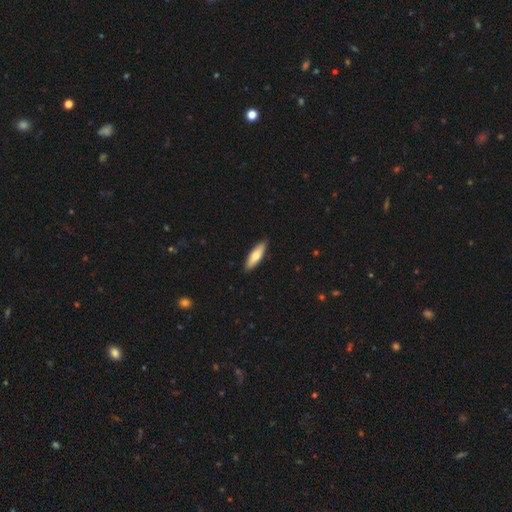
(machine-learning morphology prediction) A smooth galaxy with no disk features (72%) that is cigar-shaped (60%).

Vote fractions:
- Smooth or featured? smooth: 72% / featured or disk: 23% / star or artifact: 5%
- How rounded? cigar-shaped: 60% / in between: 38% / round: 2%
- Merging? none: 90% / minor disturbance: 7% / major disturbance: 1% / merger: 1%